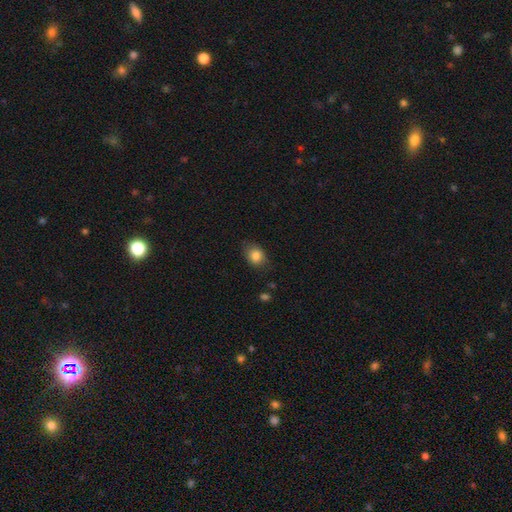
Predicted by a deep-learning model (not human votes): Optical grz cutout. It shows a smooth galaxy with no disk features (84%) that is in between round and cigar-shaped (58%). Merging: none (76%).